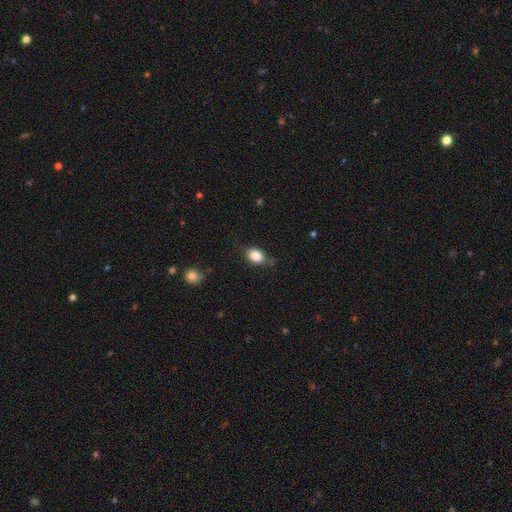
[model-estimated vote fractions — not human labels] A smooth galaxy with no disk features (84%) that is in between round and cigar-shaped (72%). Merging: none (69%).